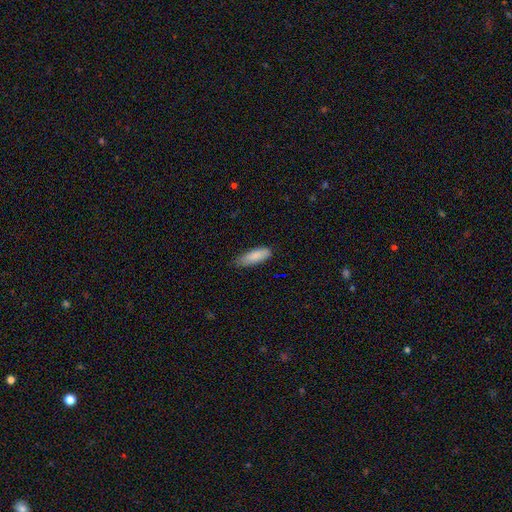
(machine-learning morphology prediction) Smooth or featured? smooth (87%)
How rounded? in between (62%)
Merging? none (71%)